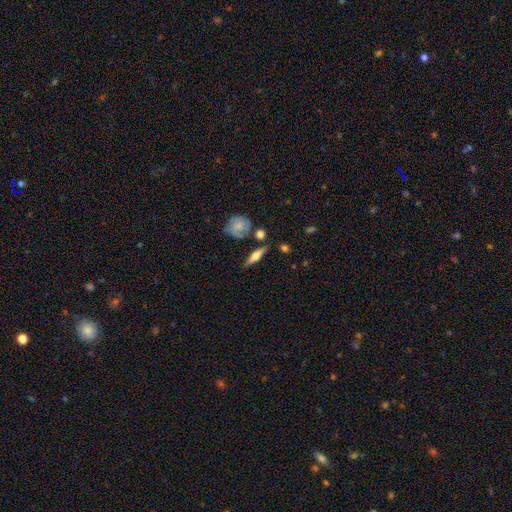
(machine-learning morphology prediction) smooth_or_featured: featured or disk (p=0.55) [alt: smooth p=0.38]
disk_edge_on: yes (p=0.91) [alt: no p=0.09]
edge_on_bulge: rounded (p=0.86) [alt: boxy p=0.09]
merging: none (p=0.75) [alt: minor disturbance p=0.13]